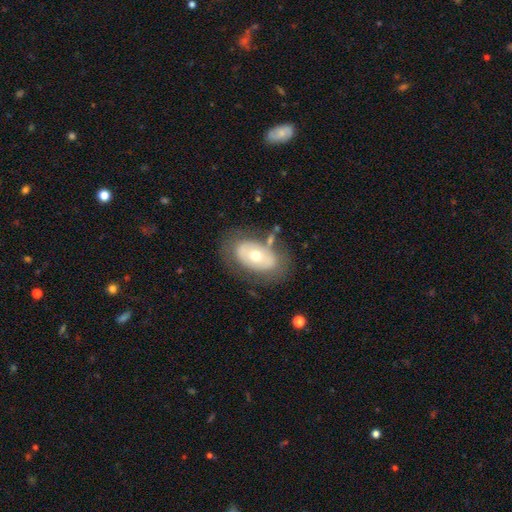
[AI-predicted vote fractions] smooth 47%, featured or disk 46%, star or artifact 7%. Down the decision tree: merging — none (68%).